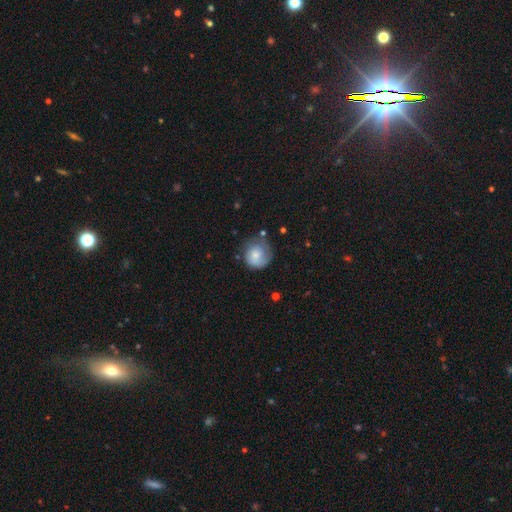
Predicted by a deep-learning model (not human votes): Smooth or featured?
  - smooth: 61% *
  - featured or disk: 32%
  - star or artifact: 7%
How rounded?
  - round: 86% *
  - in between: 13%
  - cigar-shaped: 1%
Merging?
  - none: 58% *
  - minor disturbance: 25%
  - major disturbance: 13%
  - merger: 4%